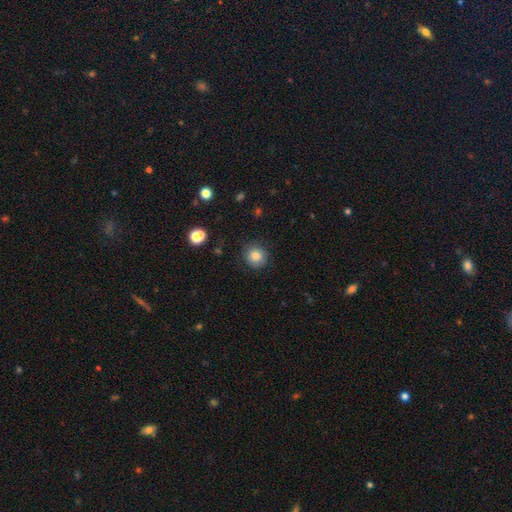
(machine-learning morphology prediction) Smooth or featured: smooth — 82% (star or artifact — 11%)
How rounded: round — 92% (in between — 7%)
Merging: none — 87% (minor disturbance — 9%)